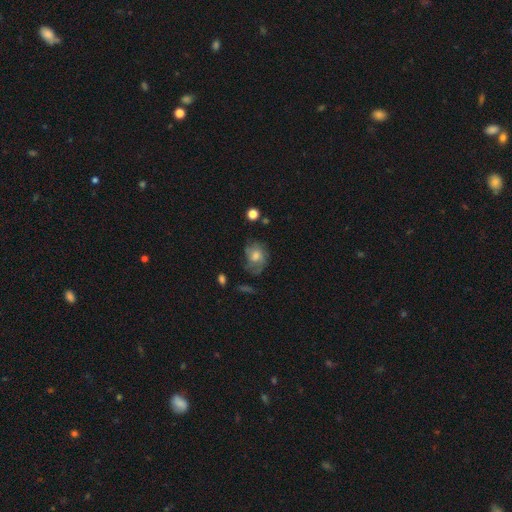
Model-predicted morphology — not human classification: Smooth or featured? smooth (58%)
How rounded? round (52%)
Merging? none (52%)